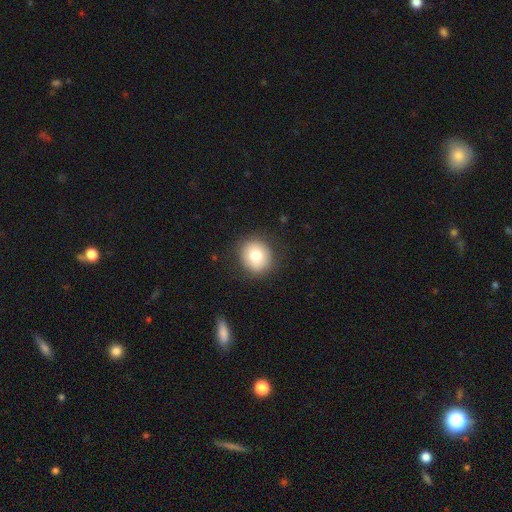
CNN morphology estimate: smooth-or-featured: smooth: 79% | featured or disk: 12% | star or artifact: 9%
  how-rounded: round: 83% | in between: 16% | cigar-shaped: 1%
  merging: none: 87% | minor disturbance: 9% | major disturbance: 3% | merger: 1%